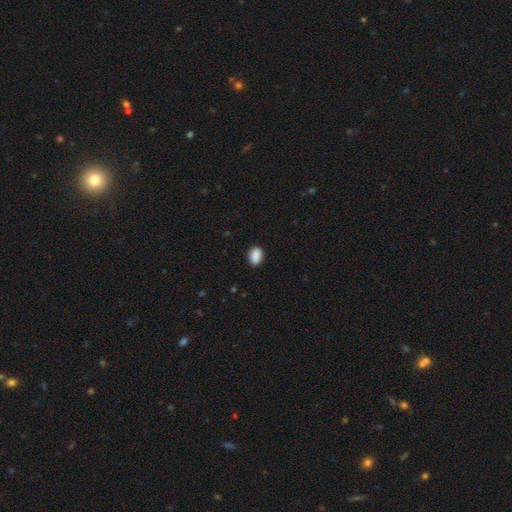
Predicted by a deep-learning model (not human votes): Smooth or featured? Predicted: smooth (p=0.89). How rounded? Predicted: in between (p=0.83). Merging? Predicted: none (p=0.87).